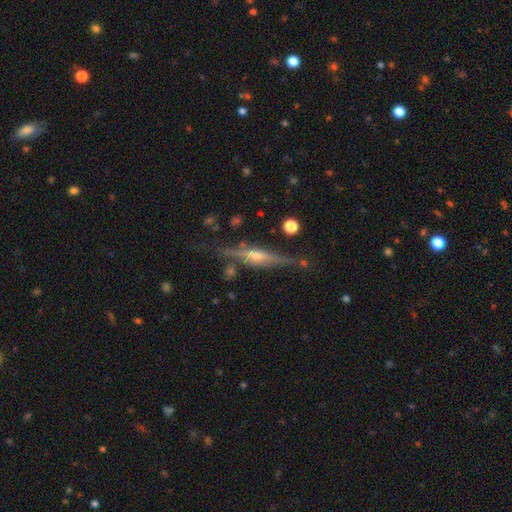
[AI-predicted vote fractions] Morphology: type=featured or disk (82%); edge-on=yes (97%); edge-on bulge=rounded (84%); merging=none (81%).